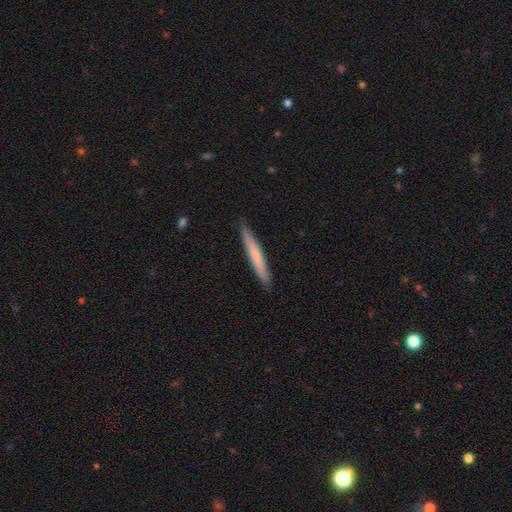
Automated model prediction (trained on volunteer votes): Smooth or featured?
  - smooth: 69% *
  - featured or disk: 26%
  - star or artifact: 5%
How rounded?
  - cigar-shaped: 96% *
  - in between: 3%
  - round: 1%
Merging?
  - none: 90% *
  - minor disturbance: 8%
  - major disturbance: 1%
  - merger: 1%